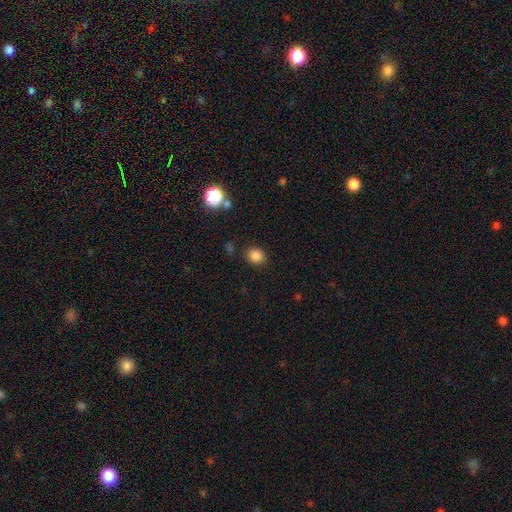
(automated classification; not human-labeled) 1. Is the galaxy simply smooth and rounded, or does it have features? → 84% smooth, 12% star or artifact, 4% featured or disk.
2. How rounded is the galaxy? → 72% round, 27% in between, 1% cigar-shaped.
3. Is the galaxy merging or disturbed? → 85% none, 9% minor disturbance, 3% major disturbance, 3% merger.